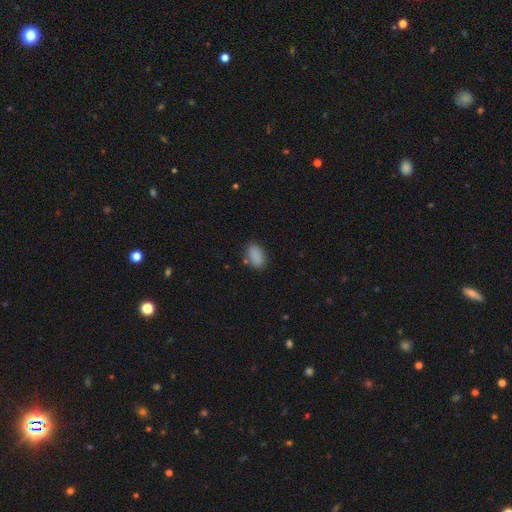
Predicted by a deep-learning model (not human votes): A smooth galaxy with no disk features (88%) that is in between round and cigar-shaped (91%).

Vote fractions:
- Smooth or featured? smooth: 88% / star or artifact: 9% / featured or disk: 4%
- How rounded? in between: 91% / round: 6% / cigar-shaped: 2%
- Merging? none: 81% / minor disturbance: 13% / major disturbance: 3% / merger: 3%